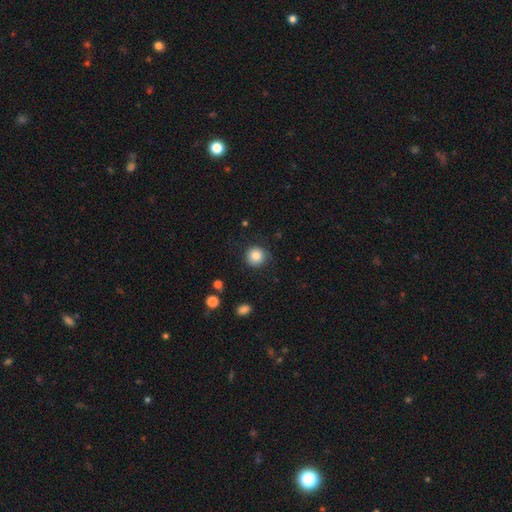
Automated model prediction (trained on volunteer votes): smooth 85%, star or artifact 10%, featured or disk 5%. Down the decision tree: how rounded — round (93%); merging — none (84%).